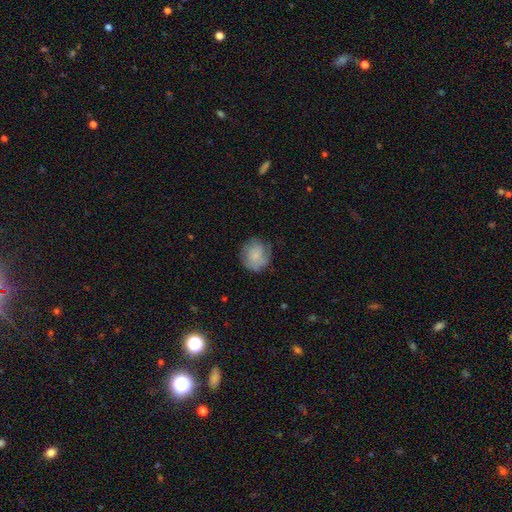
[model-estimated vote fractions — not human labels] This appears to be a smooth galaxy with no disk features (67%) that is round (88%). Merging: none (70%).